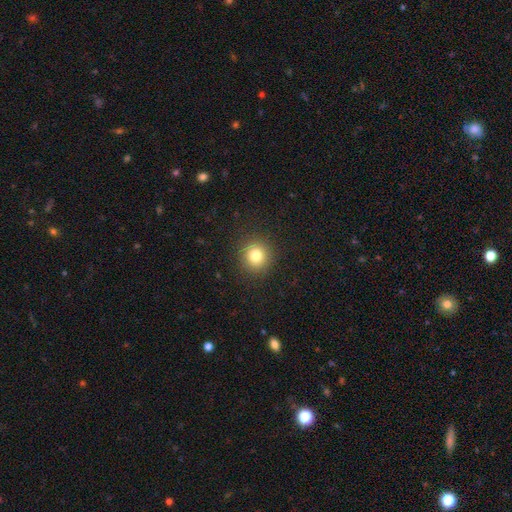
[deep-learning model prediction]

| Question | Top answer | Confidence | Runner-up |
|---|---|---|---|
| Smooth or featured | smooth | 80% | star or artifact (12%) |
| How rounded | round | 91% | in between (8%) |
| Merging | none | 91% | minor disturbance (6%) |